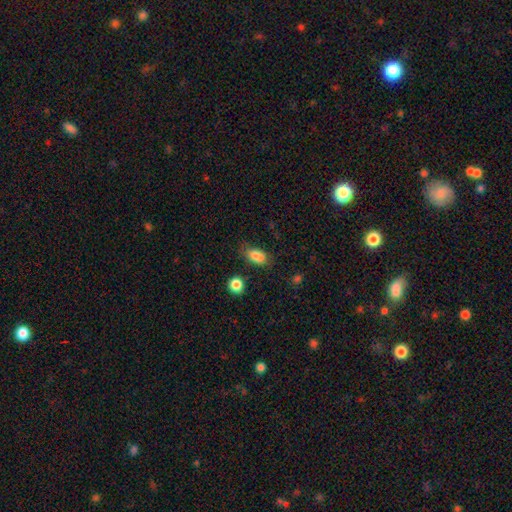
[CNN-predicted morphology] Overall: smooth (83%). How rounded: in between (88%). Merging: none (66%).